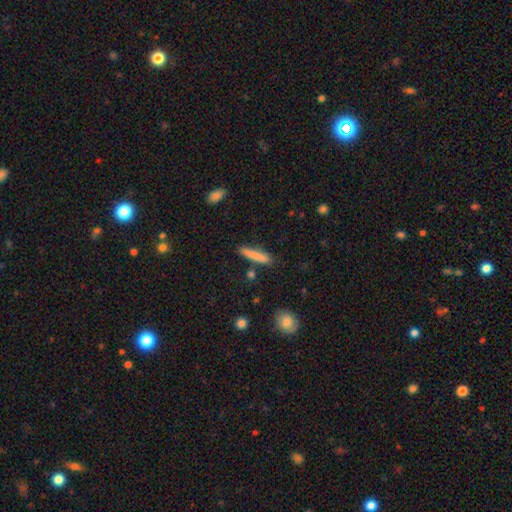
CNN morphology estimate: This appears to be a smooth galaxy with no disk features (81%) that is cigar-shaped (89%). Merging: none (85%).